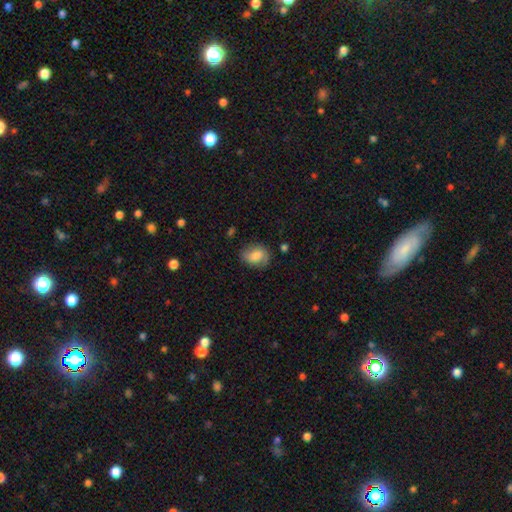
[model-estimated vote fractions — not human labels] Smooth or featured? Predicted: smooth (p=0.72). How rounded? Predicted: in between (p=0.55). Merging? Predicted: none (p=0.72).